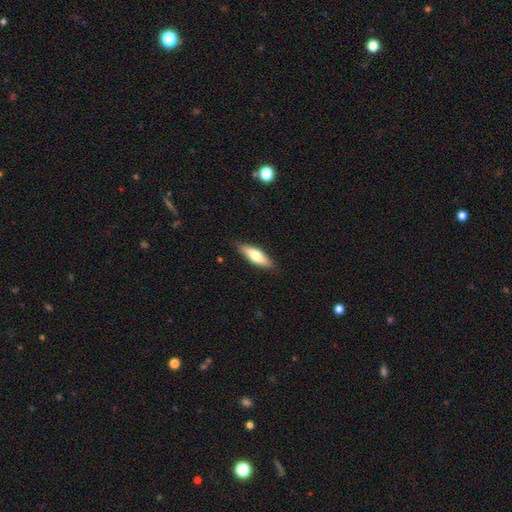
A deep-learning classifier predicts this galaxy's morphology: Smooth or featured? smooth (64%)
How rounded? in between (50%)
Merging? none (86%)